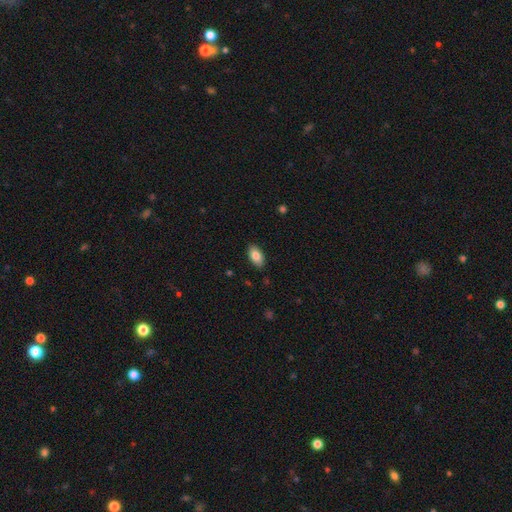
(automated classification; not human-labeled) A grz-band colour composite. It shows a smooth galaxy with no disk features (83%) that is in between round and cigar-shaped (94%). Merging: none (87%).